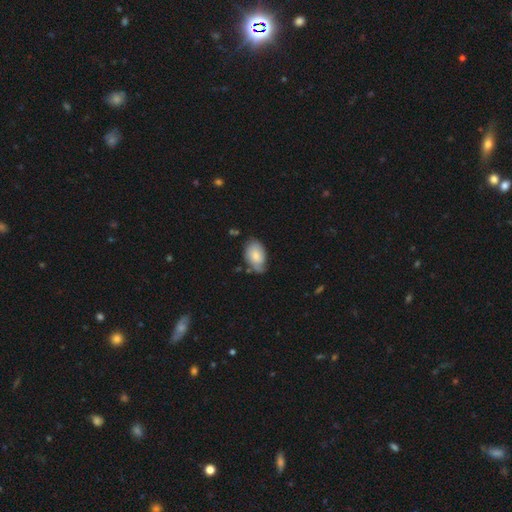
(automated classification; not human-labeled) Smooth or featured?
  - smooth: 68% *
  - featured or disk: 26%
  - star or artifact: 7%
How rounded?
  - in between: 91% *
  - round: 8%
  - cigar-shaped: 1%
Merging?
  - none: 53% *
  - minor disturbance: 33%
  - major disturbance: 9%
  - merger: 4%